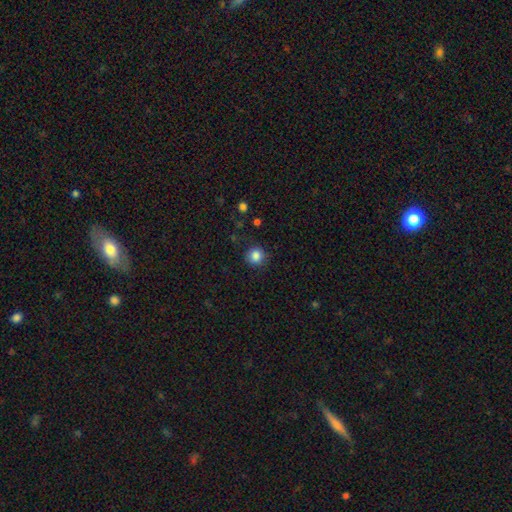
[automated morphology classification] Q: Smooth or featured?
A: smooth (85%); runner-up: star or artifact (11%)
Q: How rounded?
A: round (91%); runner-up: in between (8%)
Q: Merging?
A: none (85%); runner-up: minor disturbance (10%)